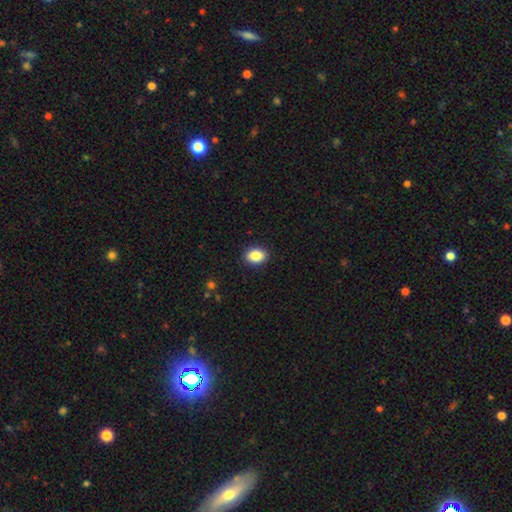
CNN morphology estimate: Smooth or featured? Predicted: smooth (p=0.87). How rounded? Predicted: in between (p=0.75). Merging? Predicted: none (p=0.90).